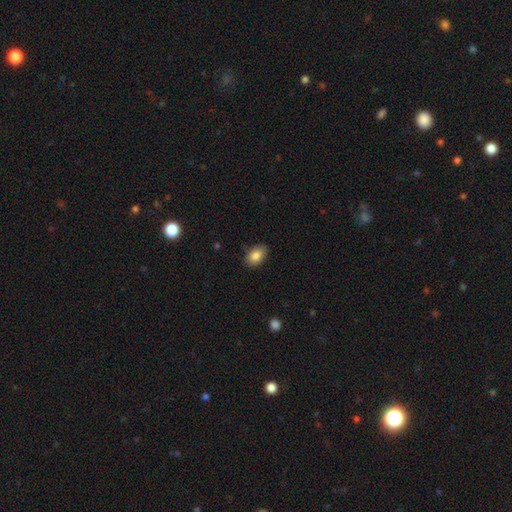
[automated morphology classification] Smooth or featured? Predicted: smooth (p=0.84). How rounded? Predicted: in between (p=0.84). Merging? Predicted: none (p=0.84).